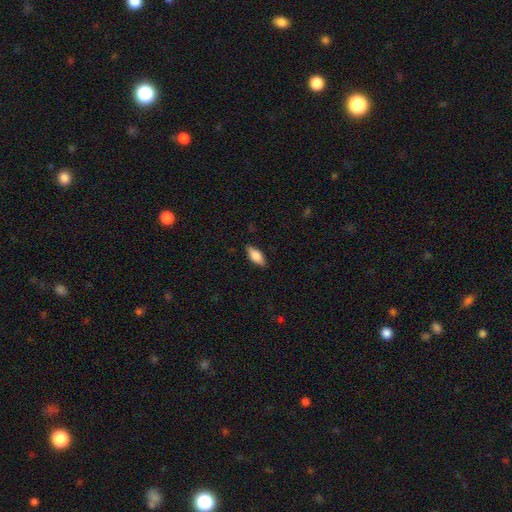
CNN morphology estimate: smooth_or_featured: smooth (p=0.79) [alt: featured or disk p=0.15]
how_rounded: in between (p=0.82) [alt: cigar-shaped p=0.15]
merging: none (p=0.86) [alt: minor disturbance p=0.11]